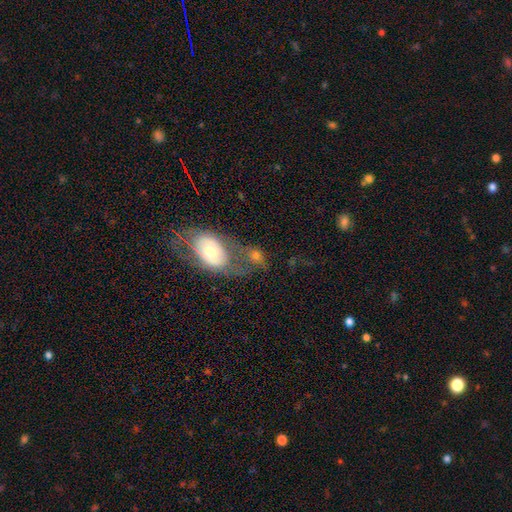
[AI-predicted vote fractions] Smooth or featured? smooth (50%)
Merging? none (33%)